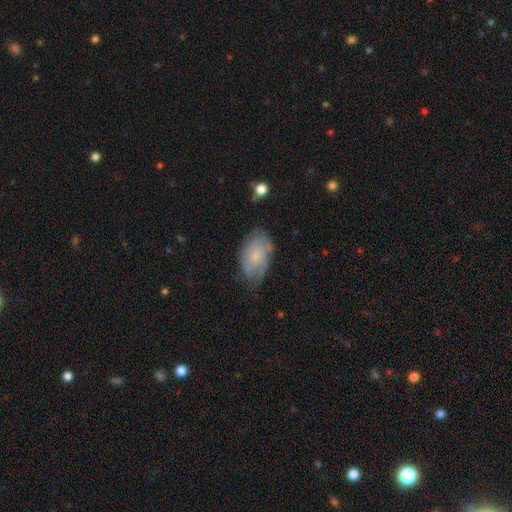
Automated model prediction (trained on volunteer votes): Smooth or featured?
  - smooth: 50% *
  - featured or disk: 42%
  - star or artifact: 7%
How rounded?
  - in between: 91% *
  - round: 7%
  - cigar-shaped: 2%
Merging?
  - none: 58% *
  - minor disturbance: 31%
  - major disturbance: 10%
  - merger: 2%